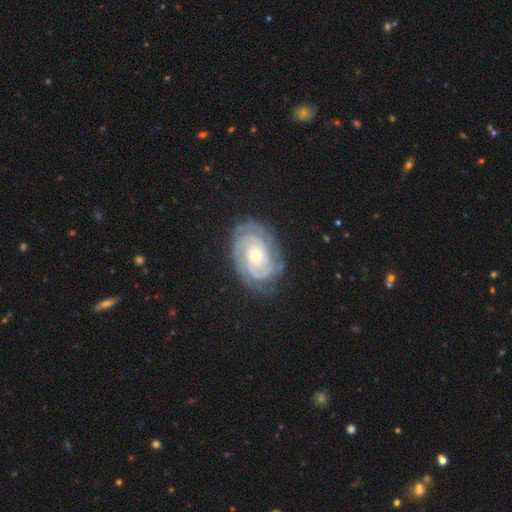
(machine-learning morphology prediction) This is clearly a featured or disk galaxy (90%). It is clearly not viewed edge-on (97%). Bar: likely no (74%). Spiral arm pattern: clearly yes (98%). Spiral arm count: marginally 2 (27%, tied with 3). Spiral winding: likely tight (78%). Central bulge: possibly small (48%). Merging: likely none (77%).